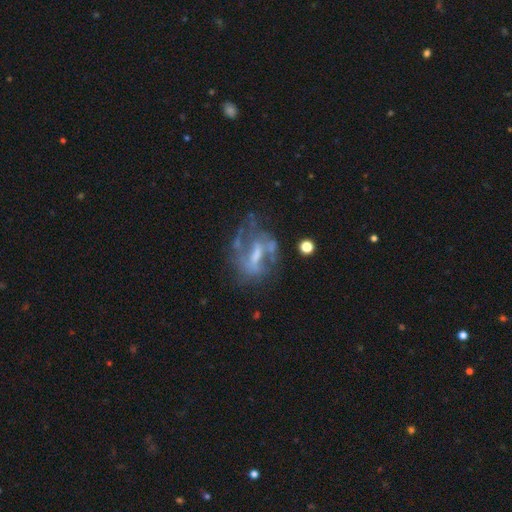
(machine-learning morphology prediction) This is likely a featured or disk galaxy (71%). It is clearly not viewed edge-on (94%). Bar: marginally weak (41%). Spiral arm pattern: possibly no (52%). Central bulge: marginally moderate (37%). Merging: marginally none (42%).